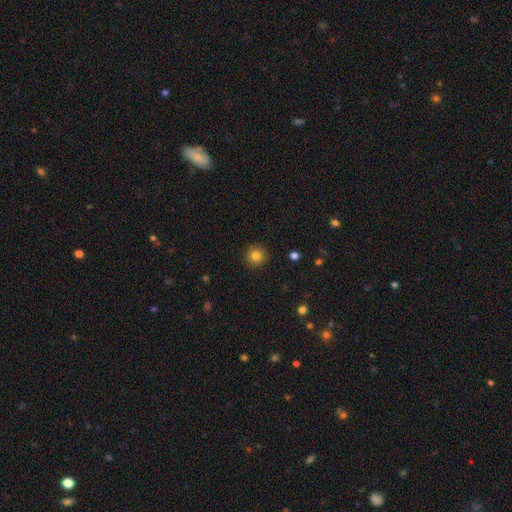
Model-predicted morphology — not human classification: Overall: smooth (83%). How rounded: round (95%). Merging: none (92%).